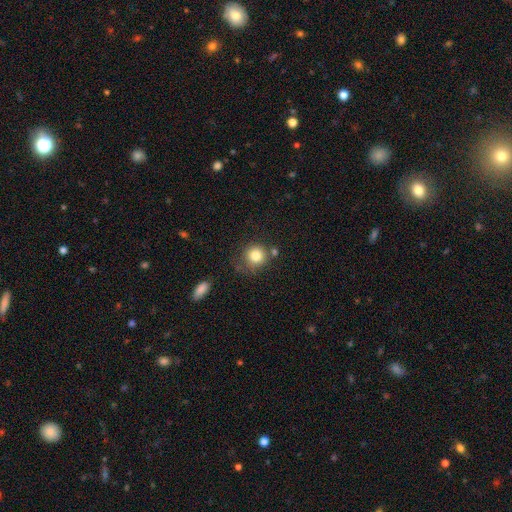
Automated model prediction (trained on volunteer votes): Smooth or featured? smooth (81%)
How rounded? round (91%)
Merging? none (69%)